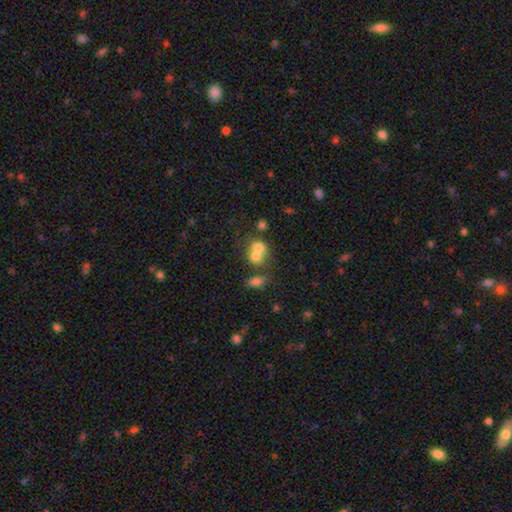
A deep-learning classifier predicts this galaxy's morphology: smooth 69%, featured or disk 19%, star or artifact 12%. Down the decision tree: how rounded — round (61%); merging — merger (63%).